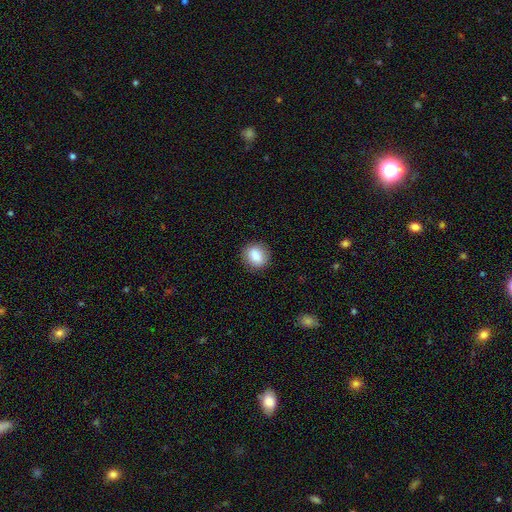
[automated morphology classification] smooth-or-featured: smooth: 86% | star or artifact: 8% | featured or disk: 6%
  how-rounded: round: 58% | in between: 40% | cigar-shaped: 1%
  merging: none: 87% | minor disturbance: 10% | major disturbance: 3% | merger: 1%